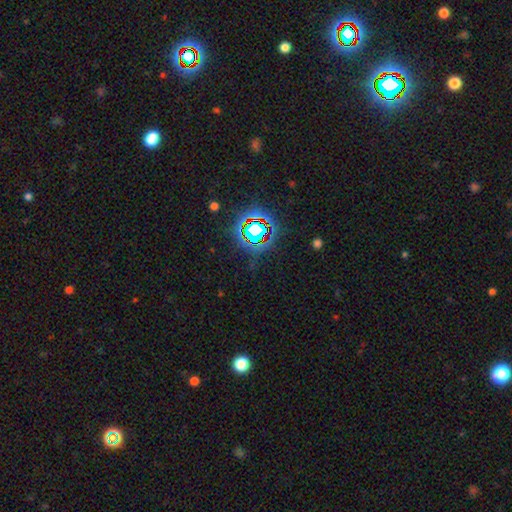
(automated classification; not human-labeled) star or artifact 78%, smooth 13%, featured or disk 9%.